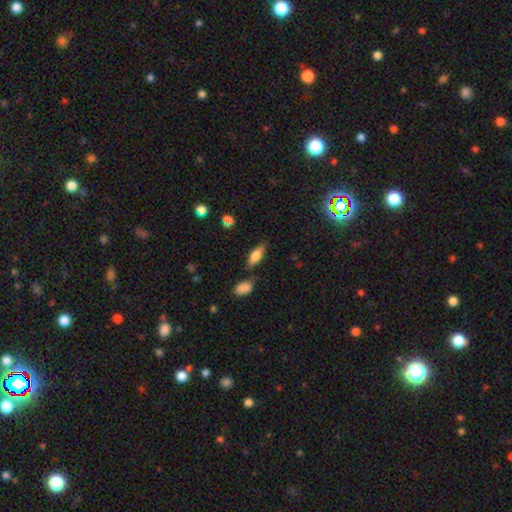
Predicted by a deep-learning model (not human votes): smooth 69%, featured or disk 23%, star or artifact 8%. Down the decision tree: how rounded — in between (73%); merging — none (72%).